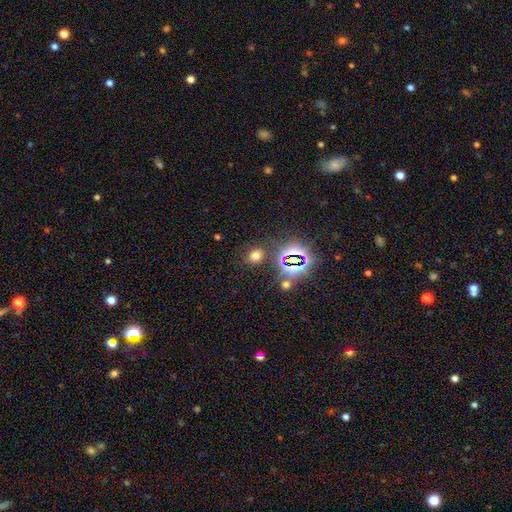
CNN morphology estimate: The model was most divided on "how rounded": round: 51%, in between: 47%, cigar-shaped: 1%. More confident: merging — none (81%); smooth or featured — smooth (62%).